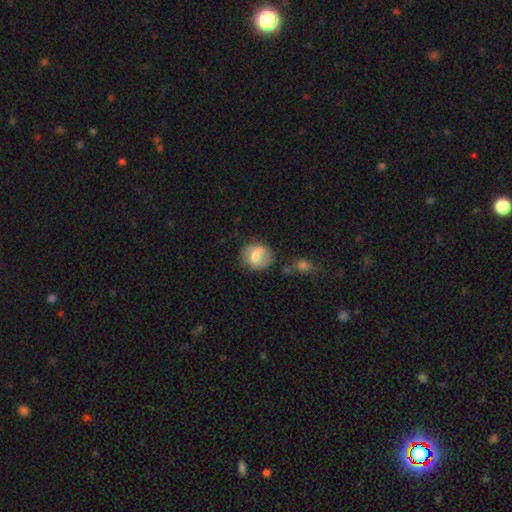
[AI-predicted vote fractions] This appears to be a smooth galaxy with no disk features (64%) that is round (75%). Merging: none (64%).